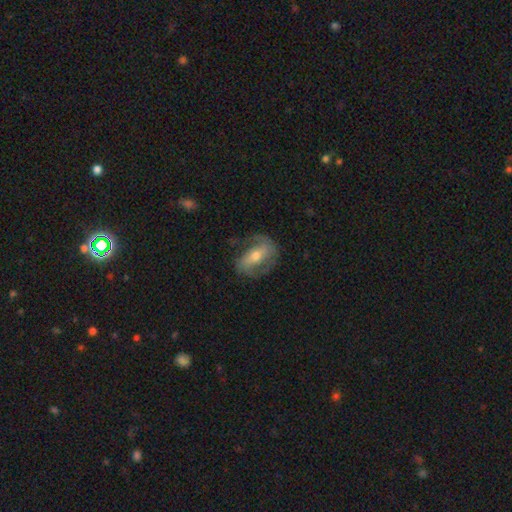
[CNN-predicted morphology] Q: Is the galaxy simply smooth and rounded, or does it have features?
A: featured or disk — 74%.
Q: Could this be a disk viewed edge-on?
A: no — 93%.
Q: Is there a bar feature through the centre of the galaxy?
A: strong — 47%.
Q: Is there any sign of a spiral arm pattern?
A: yes — 83%.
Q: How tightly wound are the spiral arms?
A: medium — 44%.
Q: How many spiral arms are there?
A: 2 — 80%.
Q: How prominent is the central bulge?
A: moderate — 56%.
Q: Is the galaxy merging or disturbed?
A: none — 66%.